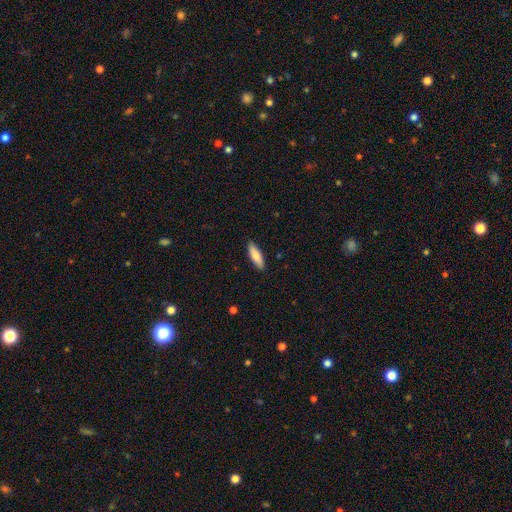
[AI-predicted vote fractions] smooth 81%, featured or disk 14%, star or artifact 6%. Down the decision tree: how rounded — in between (50%); merging — none (89%).